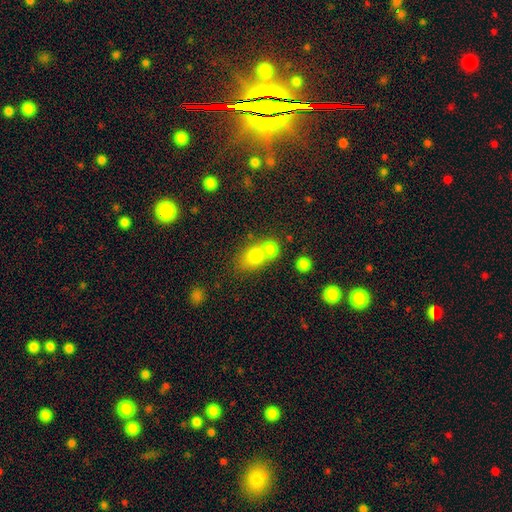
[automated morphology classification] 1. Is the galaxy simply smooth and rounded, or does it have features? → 76% smooth, 12% featured or disk, 12% star or artifact.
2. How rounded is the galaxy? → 62% round, 36% in between, 1% cigar-shaped.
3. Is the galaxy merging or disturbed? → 57% merger, 33% none, 7% minor disturbance, 3% major disturbance.